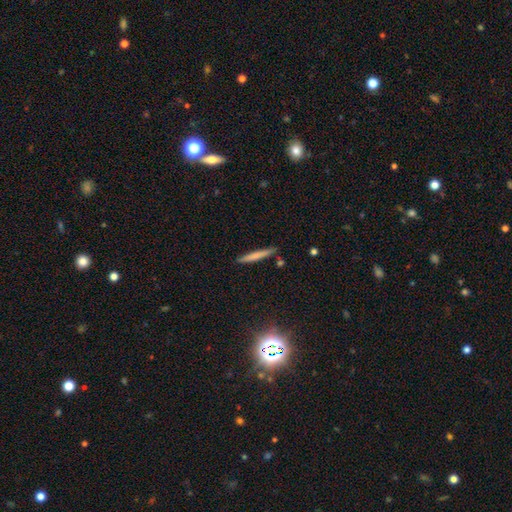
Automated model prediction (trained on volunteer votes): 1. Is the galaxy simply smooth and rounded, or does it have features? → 64% smooth, 29% featured or disk, 7% star or artifact.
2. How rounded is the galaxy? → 95% cigar-shaped, 3% in between, 1% round.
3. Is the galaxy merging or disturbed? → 85% none, 10% minor disturbance, 3% merger, 2% major disturbance.